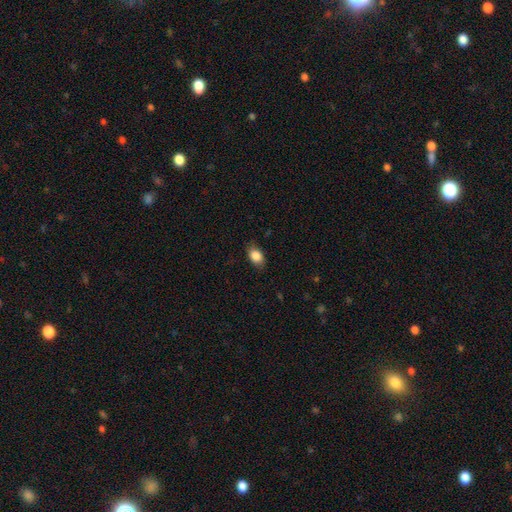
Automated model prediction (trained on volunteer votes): Overall: smooth (86%). How rounded: in between (81%). Merging: none (82%).